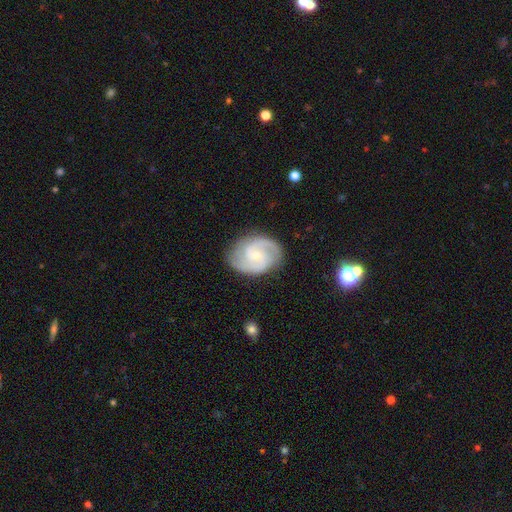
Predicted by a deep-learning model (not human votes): smooth_or_featured: featured or disk (p=0.88) [alt: smooth p=0.07]
disk_edge_on: no (p=0.98) [alt: yes p=0.02]
bar: no (p=0.54) [alt: weak p=0.38]
has_spiral_arms: yes (p=0.98) [alt: no p=0.02]
spiral_winding: medium (p=0.50) [alt: tight p=0.40]
spiral_arm_count: 2 (p=0.70) [alt: 3 p=0.16]
bulge_size: small (p=0.65) [alt: moderate p=0.31]
merging: none (p=0.82) [alt: minor disturbance p=0.13]